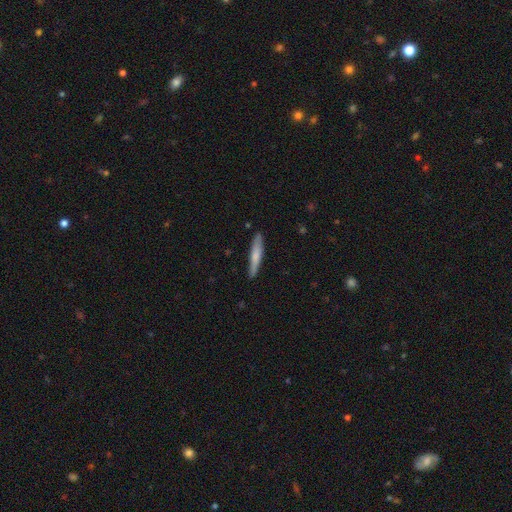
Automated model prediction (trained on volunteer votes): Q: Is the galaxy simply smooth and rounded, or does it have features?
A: smooth — 66%.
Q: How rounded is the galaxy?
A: cigar-shaped — 92%.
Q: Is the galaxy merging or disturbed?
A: none — 87%.